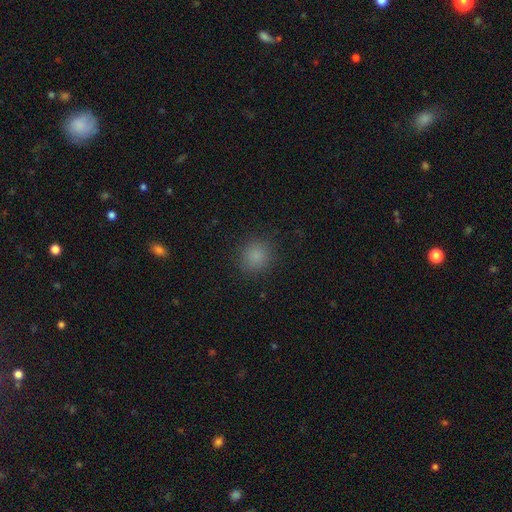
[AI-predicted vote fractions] The model was most divided on "smooth or featured": smooth: 82%, star or artifact: 14%, featured or disk: 4%. More confident: merging — none (88%); how rounded — round (88%).